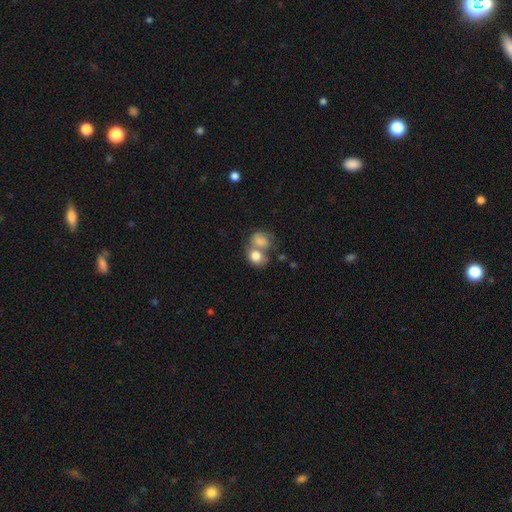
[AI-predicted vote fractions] Smooth or featured?
  - smooth: 75% *
  - featured or disk: 16%
  - star or artifact: 8%
How rounded?
  - in between: 54% *
  - round: 45%
  - cigar-shaped: 1%
Merging?
  - merger: 63% *
  - none: 21%
  - minor disturbance: 9%
  - major disturbance: 7%